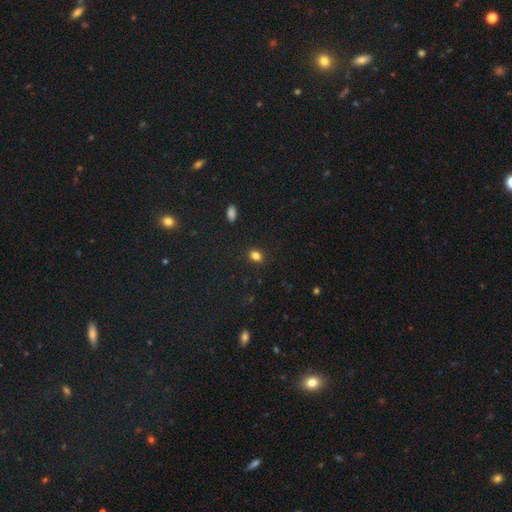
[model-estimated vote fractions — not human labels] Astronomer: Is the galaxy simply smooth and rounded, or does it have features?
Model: smooth — 82%.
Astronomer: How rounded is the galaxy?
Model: round — 52% (runner-up: in between, 47%).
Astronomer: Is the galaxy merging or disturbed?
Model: none — 88%.